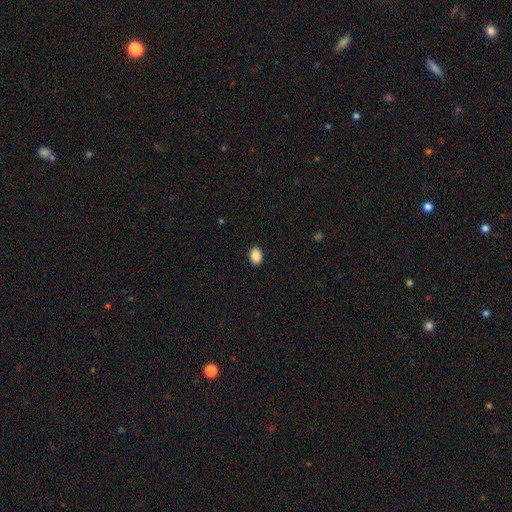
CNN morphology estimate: Overall: smooth (89%). How rounded: in between (76%). Merging: none (90%).